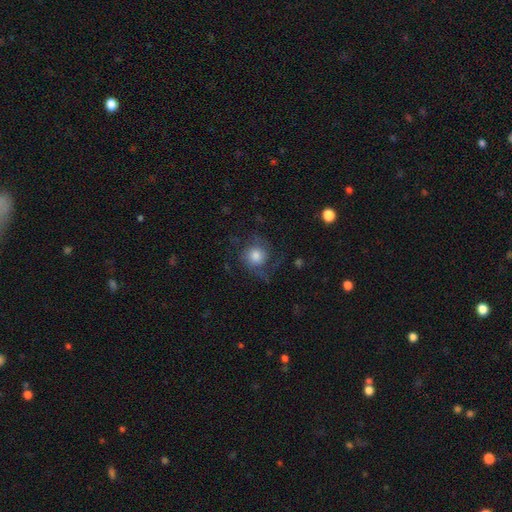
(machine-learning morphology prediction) smooth_or_featured: smooth (p=0.50) [alt: featured or disk p=0.41]
merging: none (p=0.56) [alt: major disturbance p=0.24]